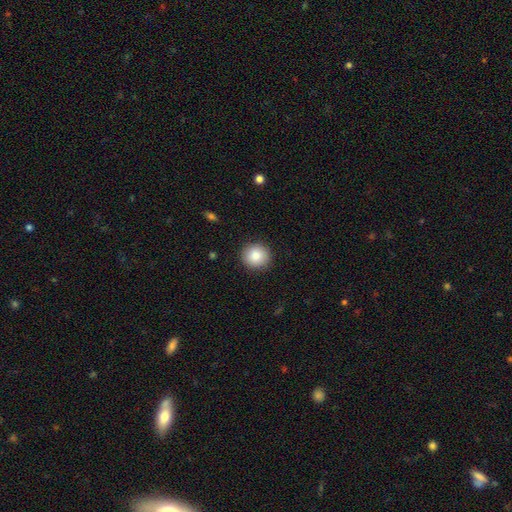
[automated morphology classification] Smooth or featured: smooth — 87% (star or artifact — 8%)
How rounded: round — 92% (in between — 7%)
Merging: none — 91% (minor disturbance — 6%)